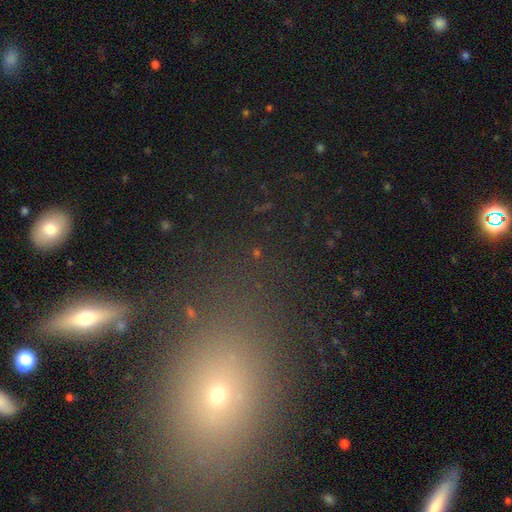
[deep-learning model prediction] star or artifact 58%, smooth 28%, featured or disk 14%.